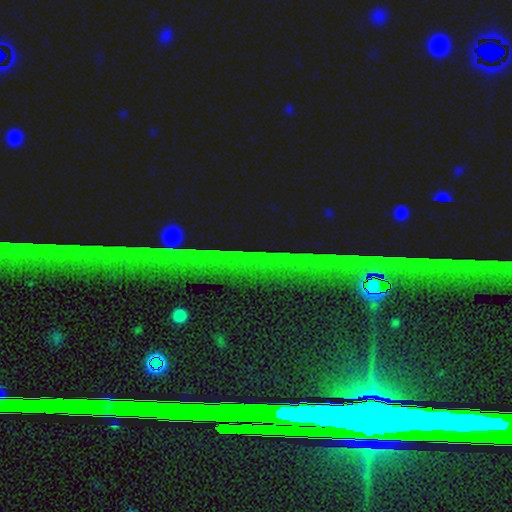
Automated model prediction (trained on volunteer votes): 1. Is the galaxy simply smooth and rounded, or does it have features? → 86% star or artifact, 8% featured or disk, 6% smooth.